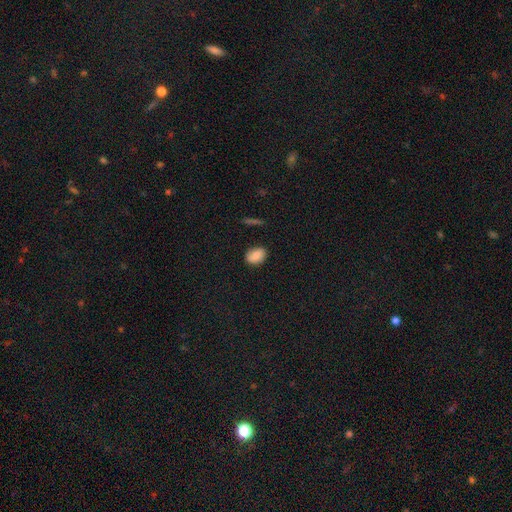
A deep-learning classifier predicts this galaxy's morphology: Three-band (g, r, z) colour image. It shows a smooth galaxy with no disk features (84%) that is in between round and cigar-shaped (80%). Merging: none (81%).